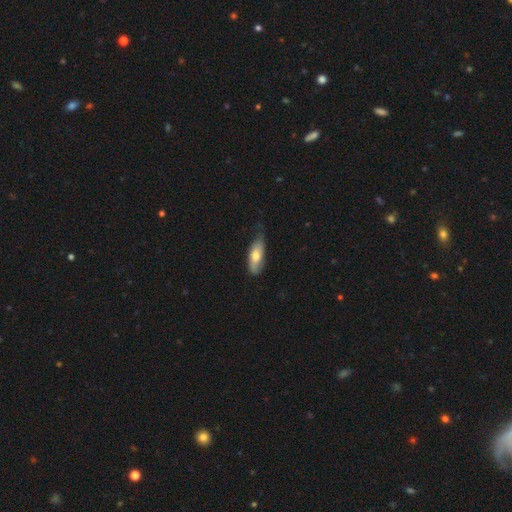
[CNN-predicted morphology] Smooth or featured: smooth — 68% (featured or disk — 26%)
How rounded: in between — 72% (cigar-shaped — 25%)
Merging: none — 48% (minor disturbance — 40%)